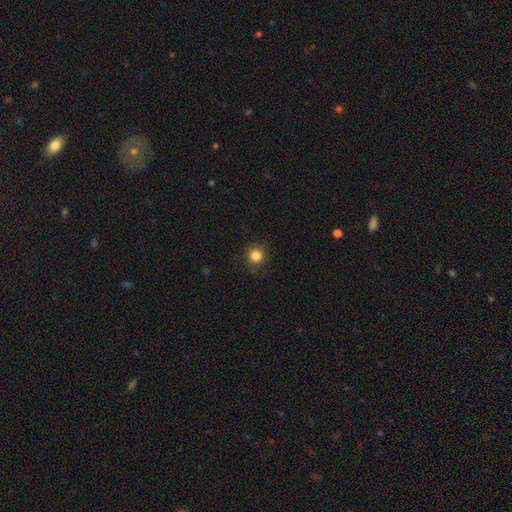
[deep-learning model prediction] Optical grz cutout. It shows a smooth galaxy with no disk features (84%) that is round (94%). Merging: none (87%).